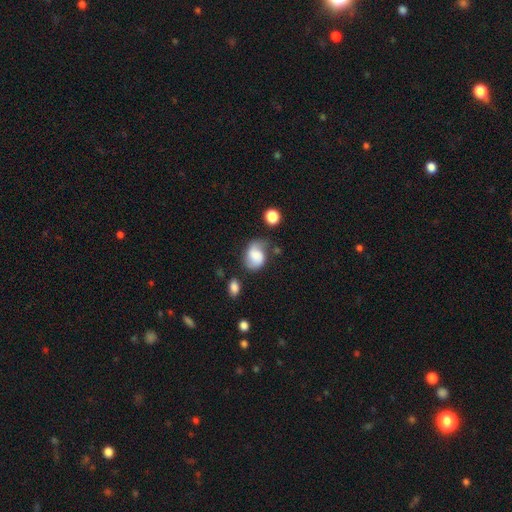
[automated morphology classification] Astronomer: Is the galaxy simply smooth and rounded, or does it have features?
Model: smooth — 54% (runner-up: featured or disk, 37%).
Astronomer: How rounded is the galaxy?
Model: in between — 56% (runner-up: round, 42%).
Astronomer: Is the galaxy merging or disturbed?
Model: none — 46% (runner-up: minor disturbance, 32%).